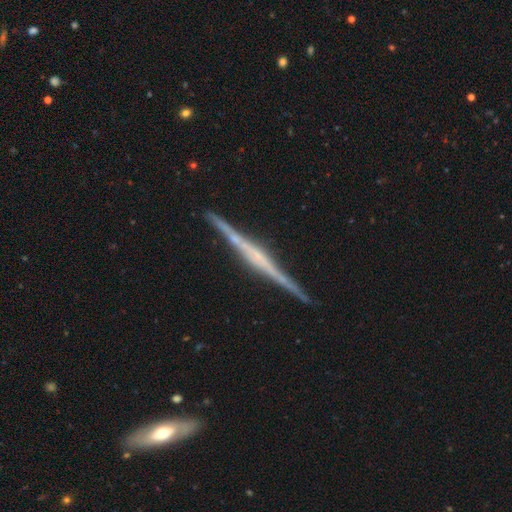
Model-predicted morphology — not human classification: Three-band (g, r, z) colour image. It shows a featured or disk galaxy (83%) viewed edge-on (98%) with no central bulge (38%). Merging: none (90%).